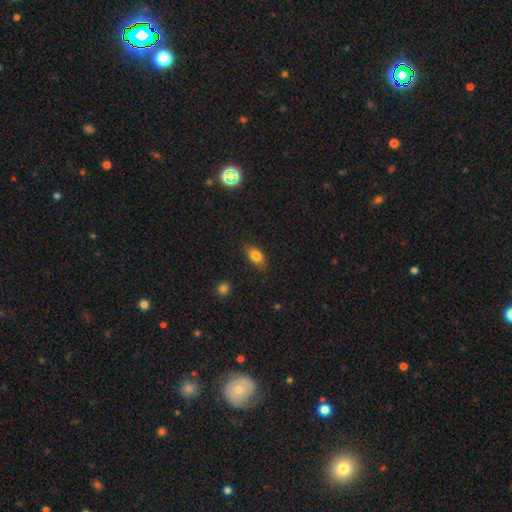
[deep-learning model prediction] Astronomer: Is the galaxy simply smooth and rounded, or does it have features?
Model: smooth — 81%.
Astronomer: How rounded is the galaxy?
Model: in between — 86%.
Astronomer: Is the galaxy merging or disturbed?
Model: none — 83%.